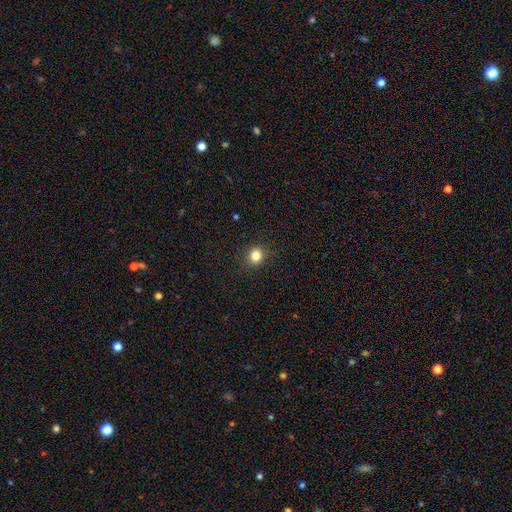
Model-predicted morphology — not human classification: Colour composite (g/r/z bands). It shows a smooth galaxy with no disk features (83%) that is round (82%). Merging: none (90%).